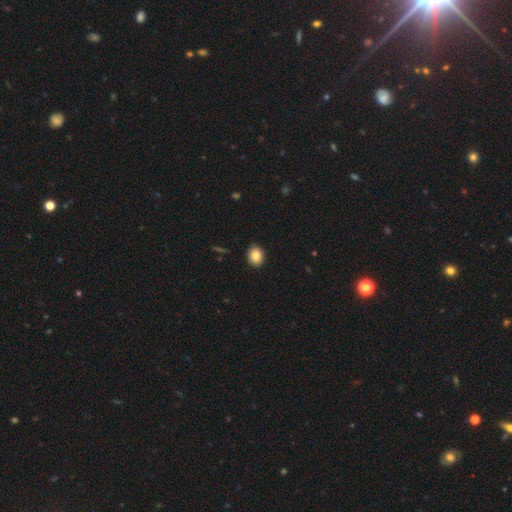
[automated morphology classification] smooth 86%, star or artifact 9%, featured or disk 6%. Down the decision tree: how rounded — in between (55%); merging — none (91%).